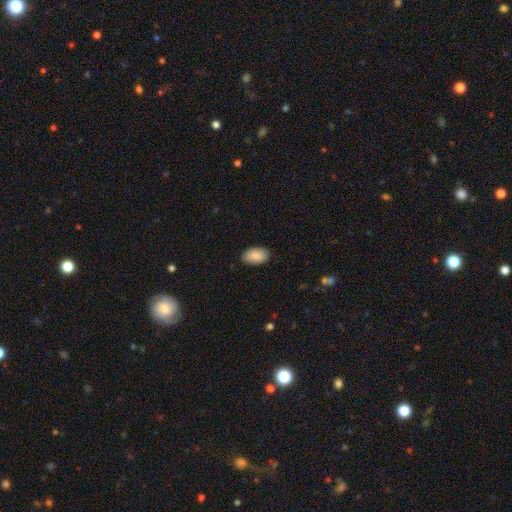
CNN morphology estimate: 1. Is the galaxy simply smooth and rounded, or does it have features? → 90% smooth, 6% star or artifact, 4% featured or disk.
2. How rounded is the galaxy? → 94% in between, 5% round, 1% cigar-shaped.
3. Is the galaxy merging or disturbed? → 87% none, 10% minor disturbance, 2% major disturbance, 1% merger.